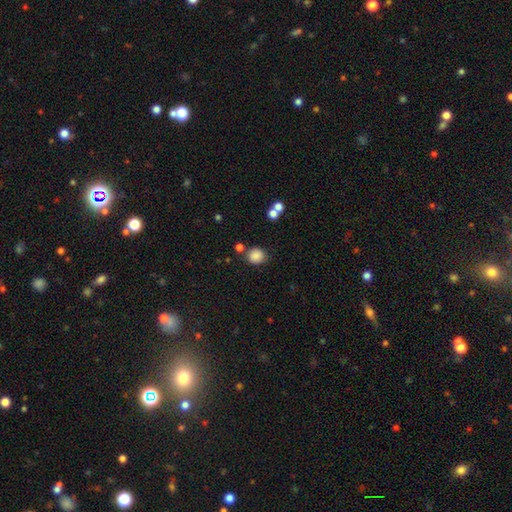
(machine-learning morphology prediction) A smooth galaxy with no disk features (85%) that is round (81%). Merging: none (77%).